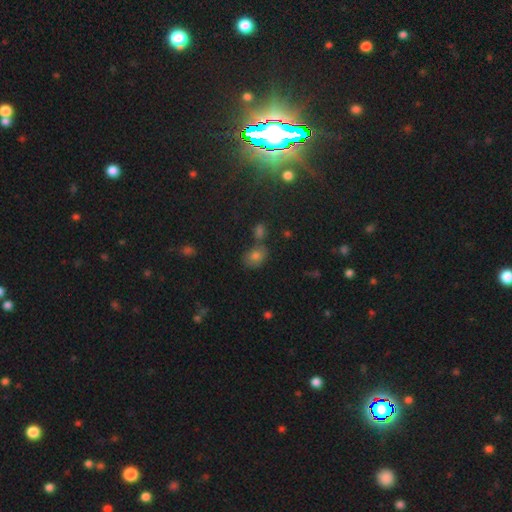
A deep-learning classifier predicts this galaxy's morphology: Smooth or featured? smooth (66%)
How rounded? in between (57%)
Merging? none (66%)